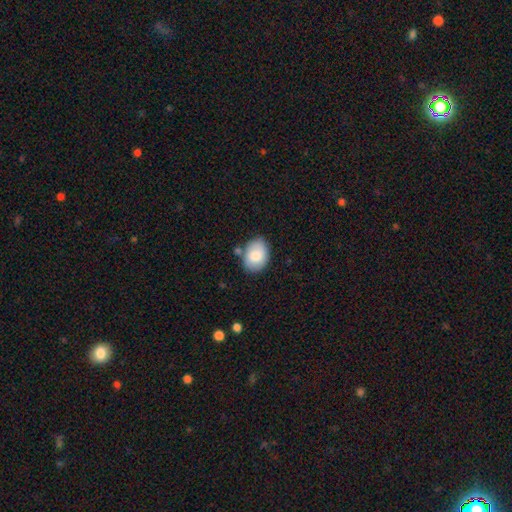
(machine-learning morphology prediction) This appears to be a smooth galaxy with no disk features (81%) that is in between round and cigar-shaped (73%). Merging: none (75%).